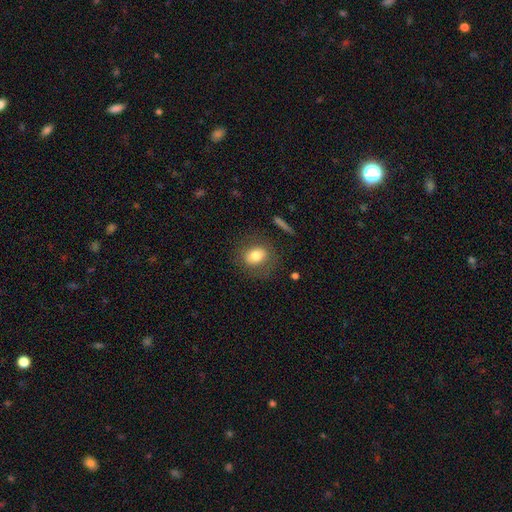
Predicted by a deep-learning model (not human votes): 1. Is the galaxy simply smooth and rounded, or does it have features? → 76% smooth, 15% featured or disk, 9% star or artifact.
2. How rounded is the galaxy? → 55% in between, 43% round, 2% cigar-shaped.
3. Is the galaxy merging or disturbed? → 77% none, 14% minor disturbance, 7% major disturbance, 2% merger.